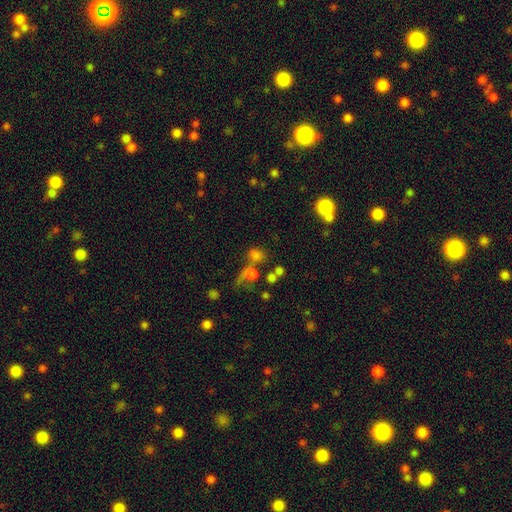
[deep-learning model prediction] smooth-or-featured: smooth: 66% | star or artifact: 18% | featured or disk: 16%
  how-rounded: round: 54% | in between: 43% | cigar-shaped: 2%
  merging: merger: 41% | none: 35% | major disturbance: 14% | minor disturbance: 10%